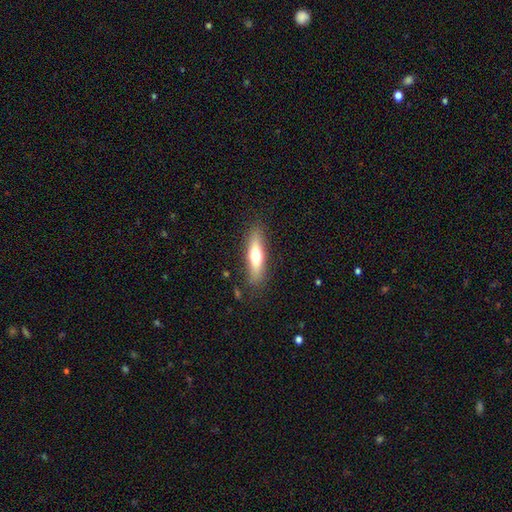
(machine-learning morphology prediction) Smooth or featured? Predicted: smooth (p=0.57). How rounded? Predicted: cigar-shaped (p=0.71). Merging? Predicted: none (p=0.85).